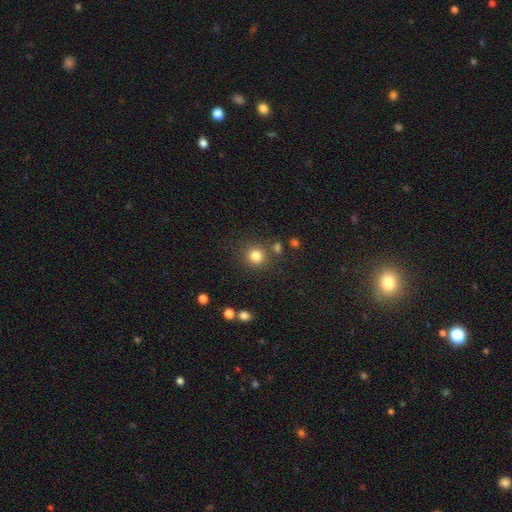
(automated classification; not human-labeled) A smooth galaxy with no disk features (81%) that is round (92%). Merging: none (81%).